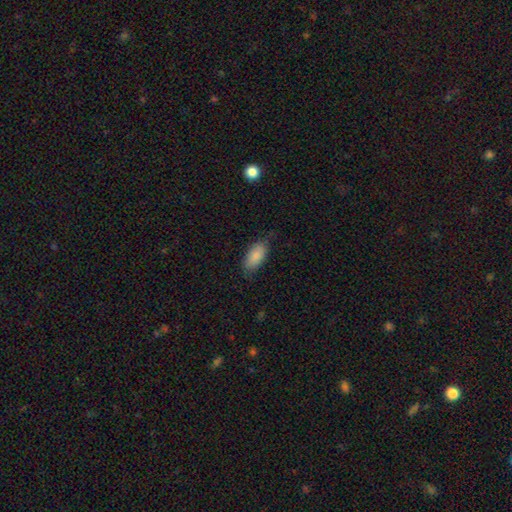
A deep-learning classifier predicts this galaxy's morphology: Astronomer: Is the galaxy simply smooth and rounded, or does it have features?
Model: smooth — 87%.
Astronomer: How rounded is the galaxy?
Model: in between — 90%.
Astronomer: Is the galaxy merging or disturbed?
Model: none — 76%.